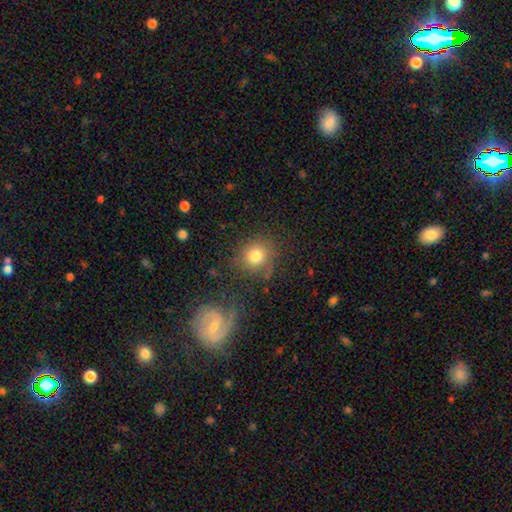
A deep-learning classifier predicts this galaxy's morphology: Smooth or featured: smooth — 76% (star or artifact — 12%)
How rounded: round — 84% (in between — 15%)
Merging: none — 72% (minor disturbance — 15%)